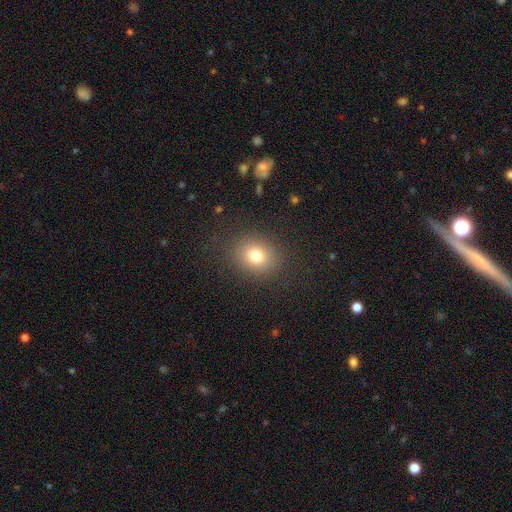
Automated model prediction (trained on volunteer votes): smooth 76%, star or artifact 14%, featured or disk 10%. Down the decision tree: how rounded — round (68%); merging — none (86%).